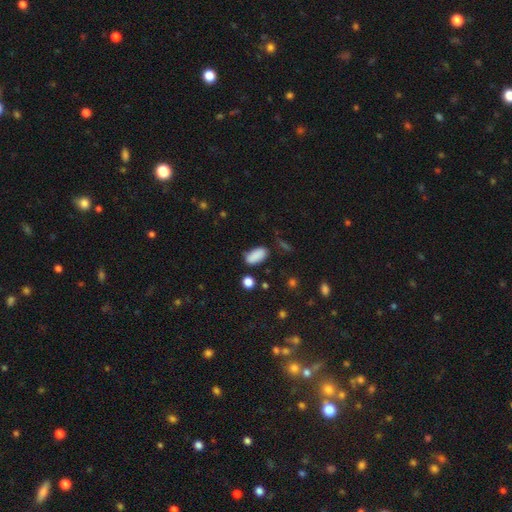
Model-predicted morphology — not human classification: type=smooth (87%); roundness=in between (92%); merging=none (72%).